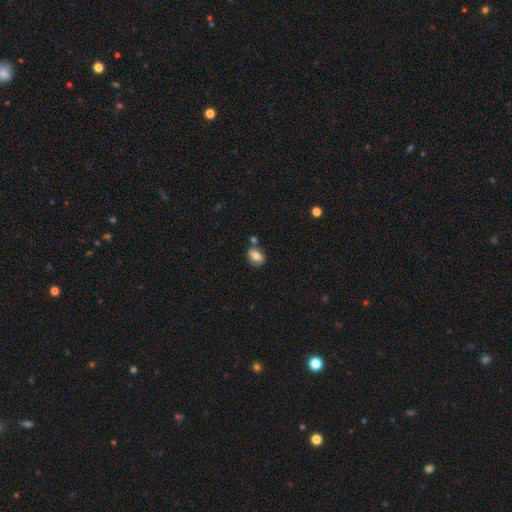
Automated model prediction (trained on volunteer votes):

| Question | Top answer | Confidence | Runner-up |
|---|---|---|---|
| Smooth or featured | smooth | 78% | featured or disk (13%) |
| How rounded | in between | 70% | round (29%) |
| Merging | none | 67% | minor disturbance (16%) |